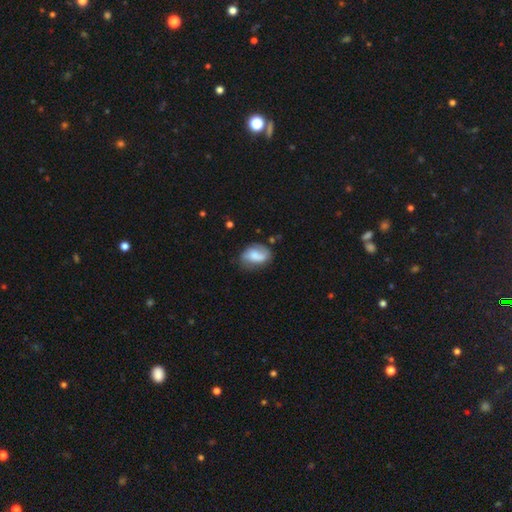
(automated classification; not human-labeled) smooth_or_featured: smooth (p=0.59) [alt: featured or disk p=0.33]
how_rounded: in between (p=0.81) [alt: round p=0.17]
merging: none (p=0.55) [alt: minor disturbance p=0.30]